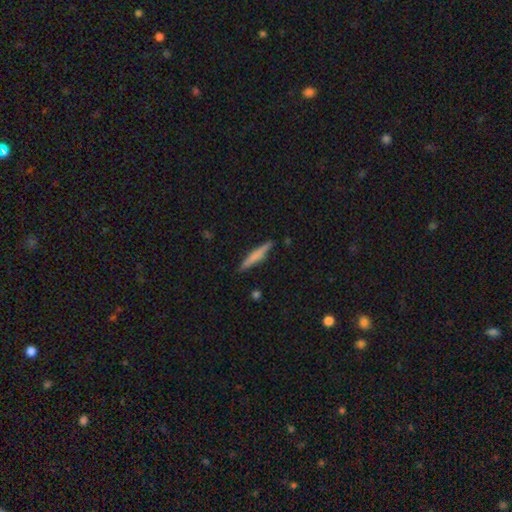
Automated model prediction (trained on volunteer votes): smooth 62%, featured or disk 32%, star or artifact 6%. Down the decision tree: how rounded — cigar-shaped (92%); merging — none (86%).